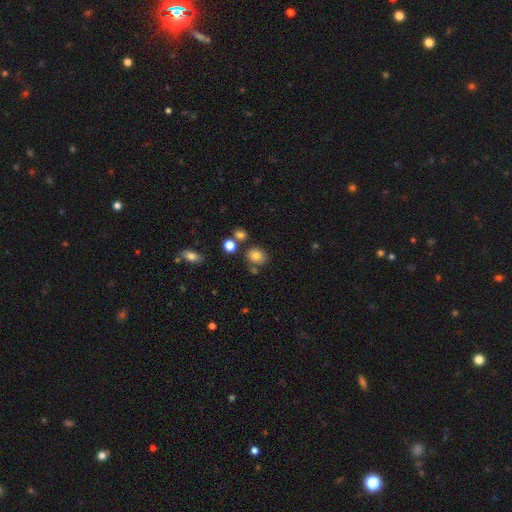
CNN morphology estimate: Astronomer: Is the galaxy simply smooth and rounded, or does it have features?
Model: smooth — 79%.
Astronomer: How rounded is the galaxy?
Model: round — 67%.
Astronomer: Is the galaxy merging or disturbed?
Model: none — 75%.